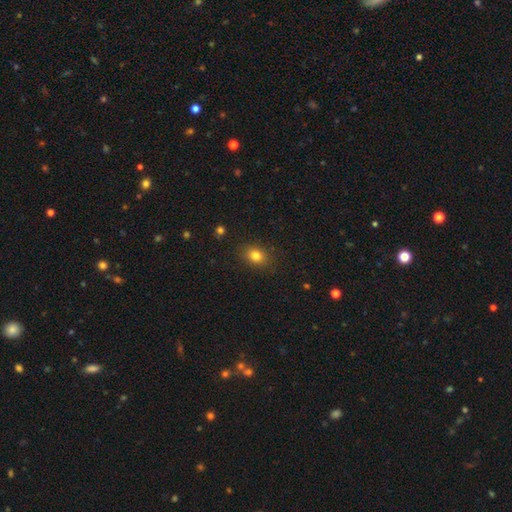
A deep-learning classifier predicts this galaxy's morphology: smooth-or-featured: smooth: 82% | star or artifact: 11% | featured or disk: 7%
  how-rounded: in between: 57% | round: 42% | cigar-shaped: 1%
  merging: none: 87% | minor disturbance: 9% | major disturbance: 3% | merger: 1%